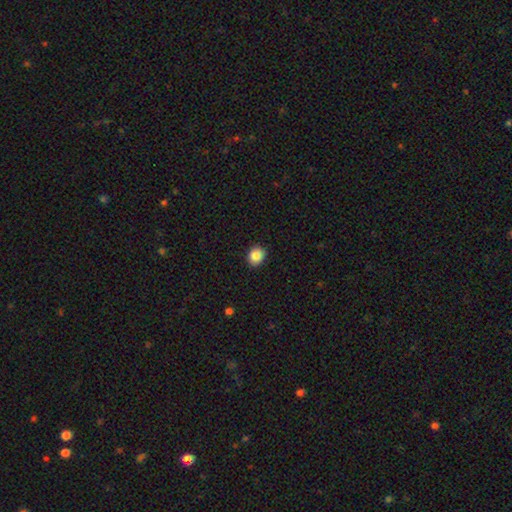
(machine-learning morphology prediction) smooth 87%, star or artifact 9%, featured or disk 4%. Down the decision tree: how rounded — round (69%); merging — none (90%).